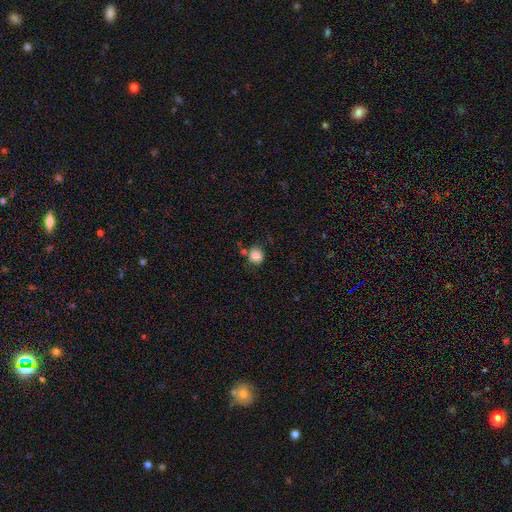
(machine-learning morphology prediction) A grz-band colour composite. It shows a smooth galaxy with no disk features (85%) that is round (87%). Merging: none (70%).